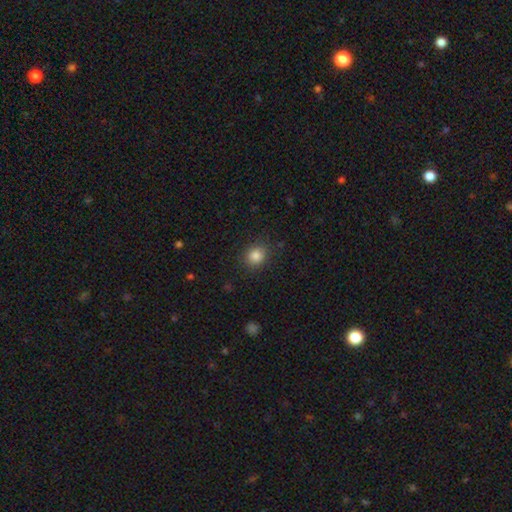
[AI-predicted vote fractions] A smooth galaxy with no disk features (84%) that is round (75%).

Vote fractions:
- Smooth or featured? smooth: 84% / star or artifact: 11% / featured or disk: 5%
- How rounded? round: 75% / in between: 24% / cigar-shaped: 1%
- Merging? none: 87% / minor disturbance: 9% / major disturbance: 3% / merger: 1%